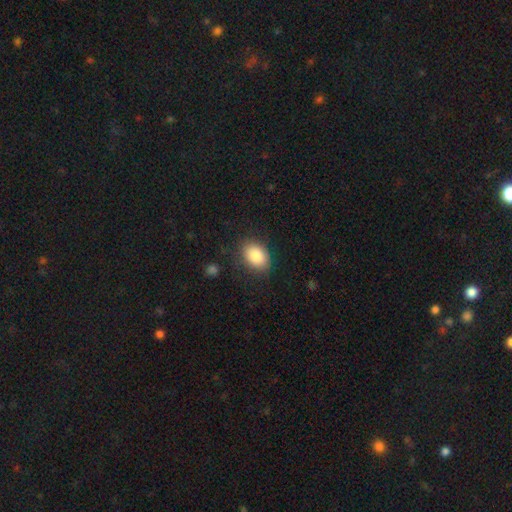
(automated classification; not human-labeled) Overall: smooth (86%). How rounded: in between (80%). Merging: none (82%).